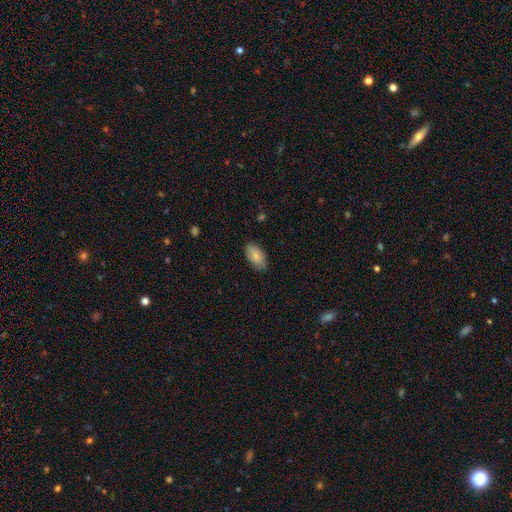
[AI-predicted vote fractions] Overall: smooth (82%). How rounded: in between (94%). Merging: none (77%).